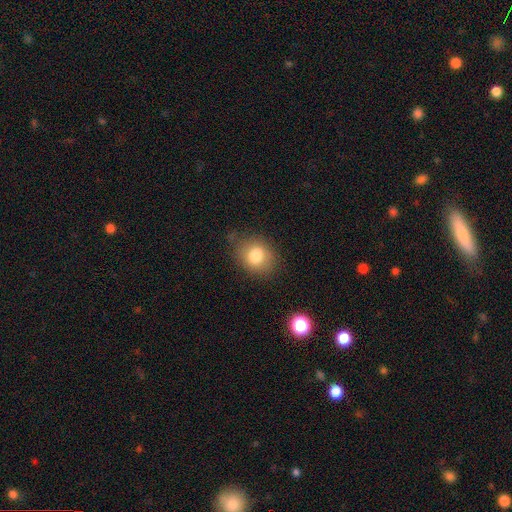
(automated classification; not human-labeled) Smooth or featured? smooth (80%)
How rounded? round (56%)
Merging? none (74%)